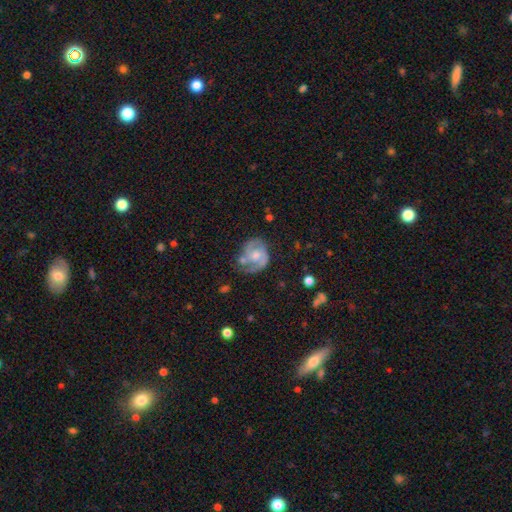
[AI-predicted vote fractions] Smooth or featured? featured or disk (78%)
Edge-on disk? no (98%)
Bar? no (63%)
Spiral arms? yes (93%)
Spiral winding? medium (49%)
Spiral arm count? 2 (75%)
Bulge size? moderate (46%)
Merging? none (53%)